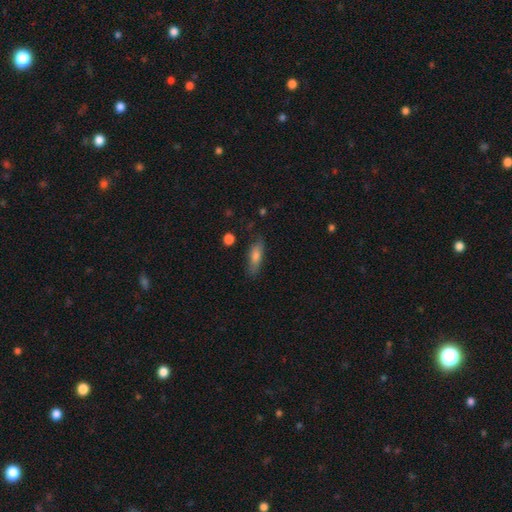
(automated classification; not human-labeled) This is likely a smooth galaxy (71%). How rounded: possibly in between (49%). Merging: likely none (79%).